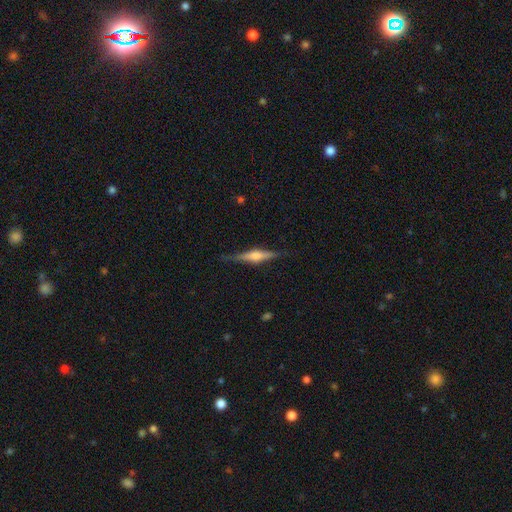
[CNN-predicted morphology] This appears to be a featured or disk galaxy (72%) viewed edge-on (97%) with a rounded central bulge (82%). Merging: none (86%).